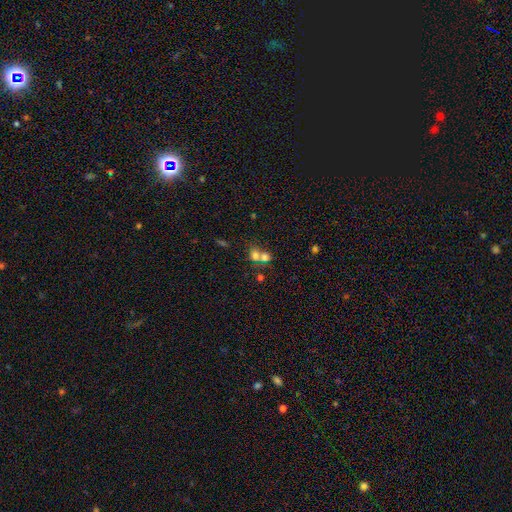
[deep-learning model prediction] Smooth or featured? Predicted: smooth (p=0.65). How rounded? Predicted: round (p=0.59). Merging? Predicted: merger (p=0.57).